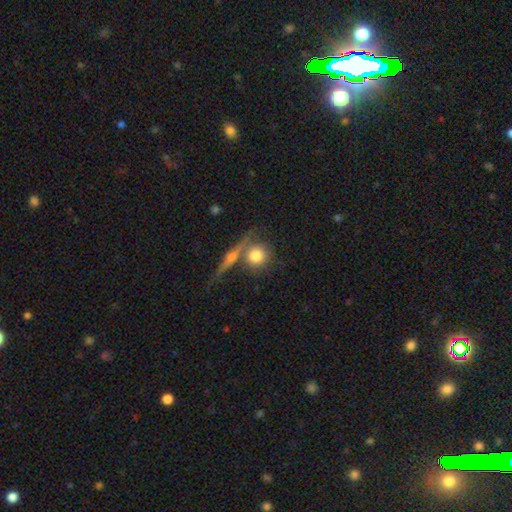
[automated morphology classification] A smooth galaxy with no disk features (70%) that is round (87%).

Vote fractions:
- Smooth or featured? smooth: 70% / featured or disk: 21% / star or artifact: 9%
- How rounded? round: 87% / in between: 10% / cigar-shaped: 3%
- Merging? none: 58% / merger: 26% / minor disturbance: 11% / major disturbance: 5%